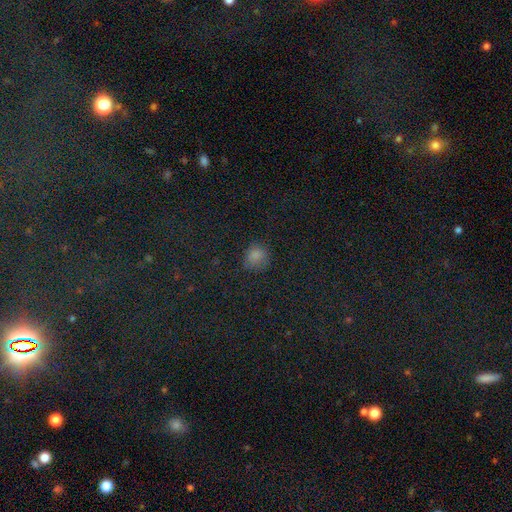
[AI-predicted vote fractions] Q: Smooth or featured?
A: smooth (77%); runner-up: star or artifact (18%)
Q: How rounded?
A: round (81%); runner-up: in between (17%)
Q: Merging?
A: none (75%); runner-up: minor disturbance (16%)